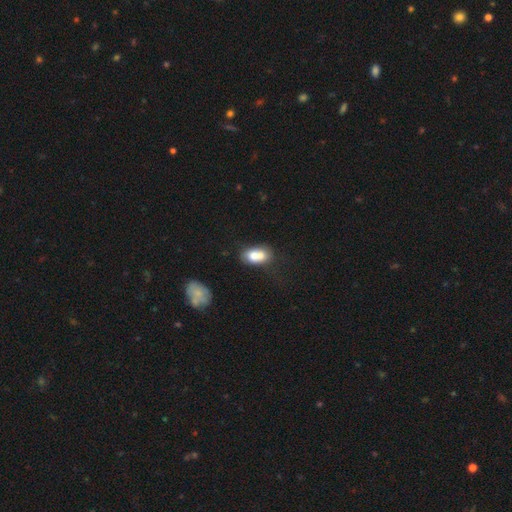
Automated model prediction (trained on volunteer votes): A smooth galaxy with no disk features (70%) that is in between round and cigar-shaped (78%).

Vote fractions:
- Smooth or featured? smooth: 70% / featured or disk: 22% / star or artifact: 8%
- How rounded? in between: 78% / round: 20% / cigar-shaped: 2%
- Merging? merger: 55% / none: 27% / minor disturbance: 12% / major disturbance: 6%